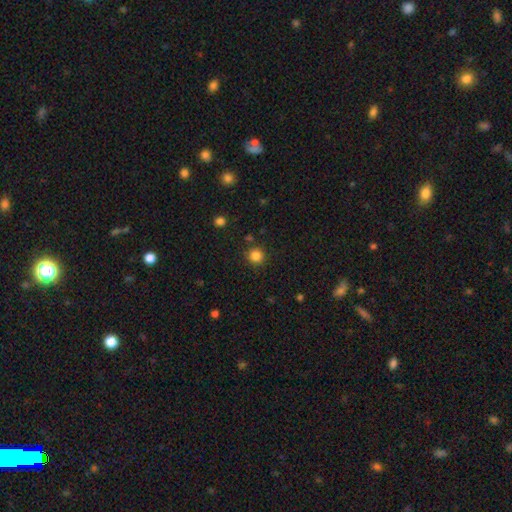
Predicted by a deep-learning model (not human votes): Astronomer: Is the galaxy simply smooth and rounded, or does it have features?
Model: smooth — 84%.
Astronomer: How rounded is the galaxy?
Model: round — 92%.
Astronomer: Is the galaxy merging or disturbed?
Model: none — 87%.